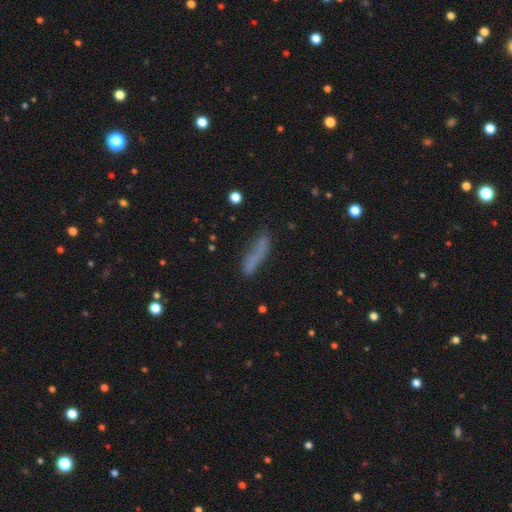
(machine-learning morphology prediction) Smooth or featured: smooth — 67% (featured or disk — 20%)
How rounded: cigar-shaped — 81% (in between — 17%)
Merging: none — 64% (minor disturbance — 21%)